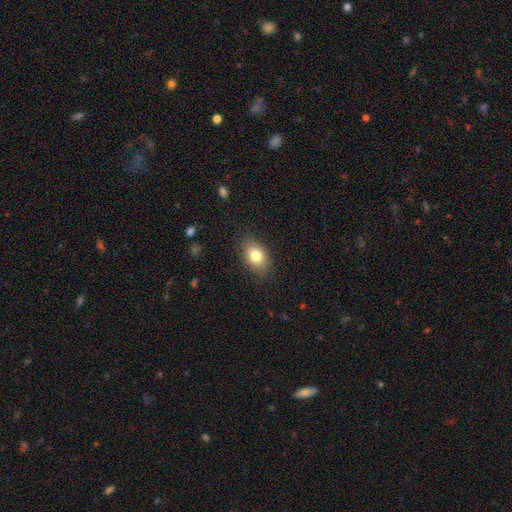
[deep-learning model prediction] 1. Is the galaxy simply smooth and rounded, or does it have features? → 80% smooth, 11% featured or disk, 9% star or artifact.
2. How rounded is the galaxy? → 84% in between, 14% round, 2% cigar-shaped.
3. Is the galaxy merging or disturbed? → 84% none, 11% minor disturbance, 3% major disturbance, 1% merger.